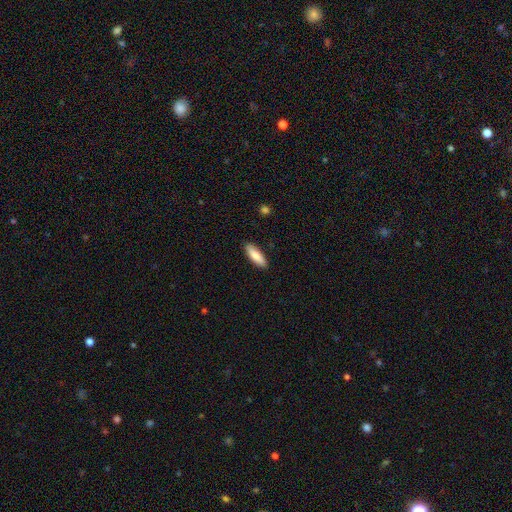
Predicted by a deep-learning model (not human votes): smooth 82%, featured or disk 12%, star or artifact 6%. Down the decision tree: how rounded — in between (50%); merging — none (89%).